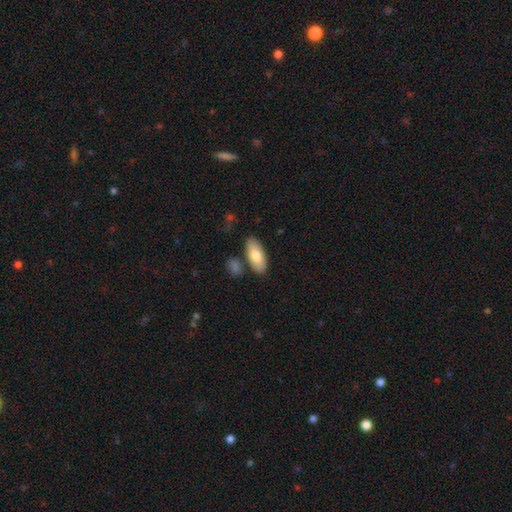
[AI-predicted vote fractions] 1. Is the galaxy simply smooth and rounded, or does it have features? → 79% smooth, 16% featured or disk, 5% star or artifact.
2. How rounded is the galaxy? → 88% in between, 10% cigar-shaped, 2% round.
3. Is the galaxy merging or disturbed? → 81% none, 10% minor disturbance, 6% merger, 2% major disturbance.